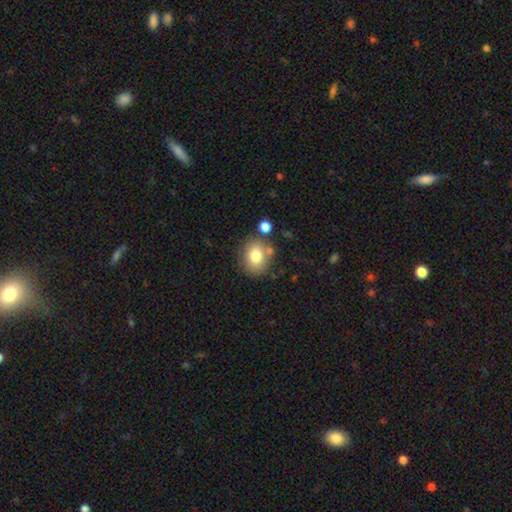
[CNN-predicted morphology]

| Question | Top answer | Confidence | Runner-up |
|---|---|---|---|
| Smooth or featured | smooth | 79% | featured or disk (12%) |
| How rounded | round | 62% | in between (37%) |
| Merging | none | 73% | minor disturbance (13%) |